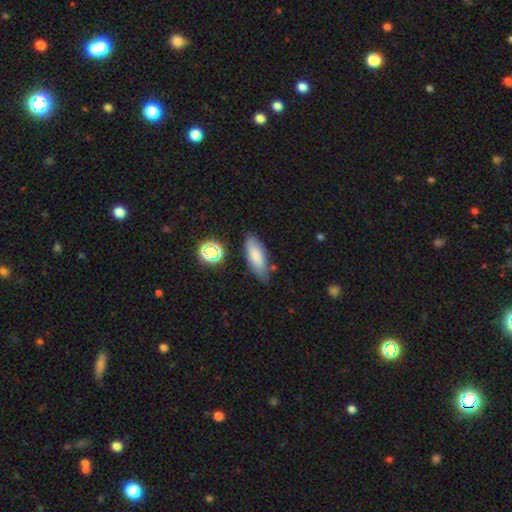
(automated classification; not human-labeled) A smooth galaxy with no disk features (76%) that is in between round and cigar-shaped (71%). Merging: none (72%).